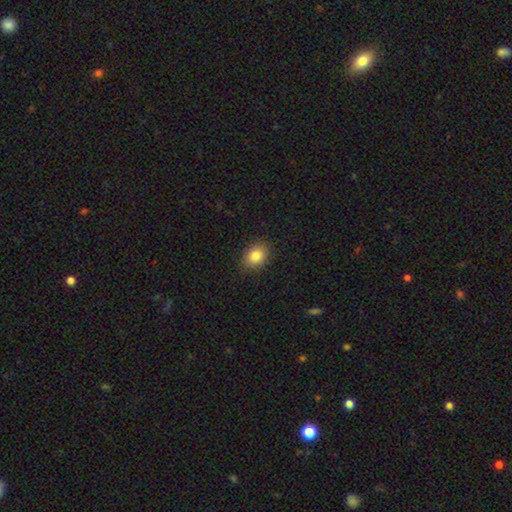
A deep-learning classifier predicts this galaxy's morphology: smooth_or_featured: smooth (p=0.85) [alt: star or artifact p=0.09]
how_rounded: in between (p=0.66) [alt: round p=0.32]
merging: none (p=0.86) [alt: minor disturbance p=0.10]